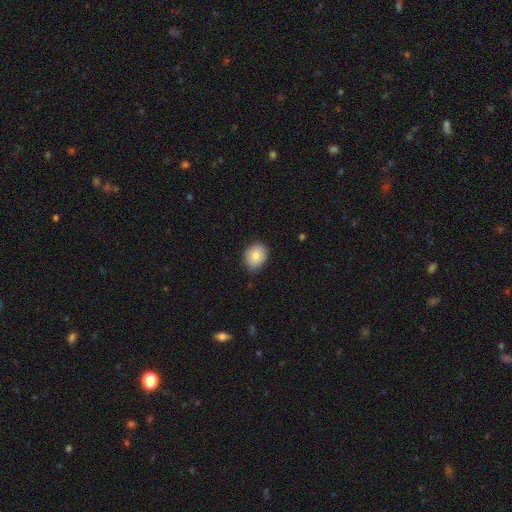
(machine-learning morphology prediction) type=smooth (85%); roundness=in between (50%); merging=none (80%).